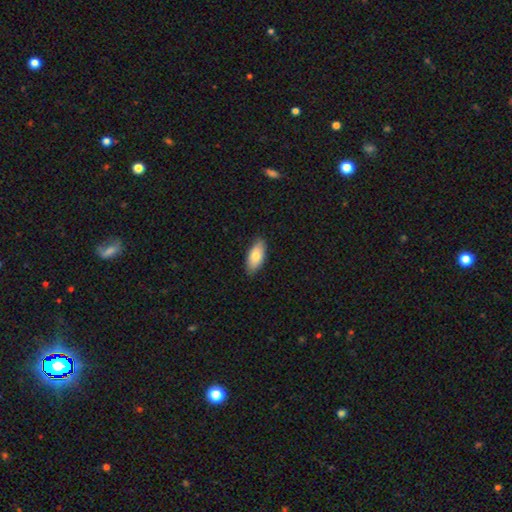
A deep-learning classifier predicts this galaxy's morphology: Smooth or featured?
  - smooth: 79% *
  - featured or disk: 15%
  - star or artifact: 6%
How rounded?
  - in between: 88% *
  - cigar-shaped: 10%
  - round: 2%
Merging?
  - none: 86% *
  - minor disturbance: 11%
  - major disturbance: 2%
  - merger: 1%